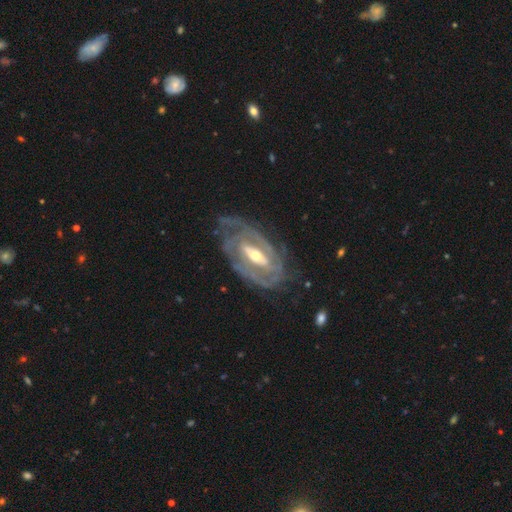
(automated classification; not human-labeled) featured or disk 89%, smooth 6%, star or artifact 4%. Down the decision tree: edge-on disk — no (94%); bar — strong (51%); spiral arms — yes (93%); spiral arm count — 2 (44%); spiral winding — tight (64%); bulge size — moderate (60%); merging — none (66%).